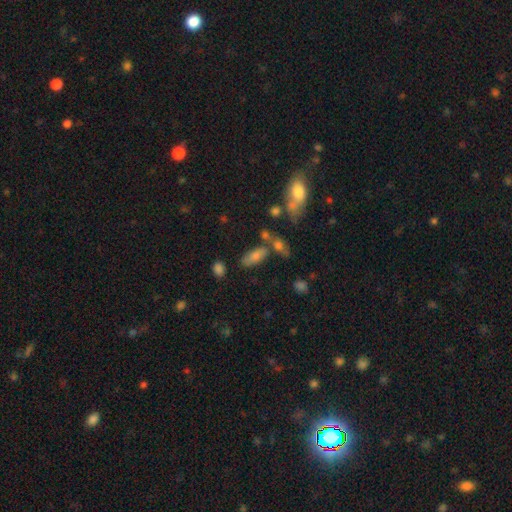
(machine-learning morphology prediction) Overall: smooth (67%). How rounded: in between (77%). Merging: none (58%; merger 19%).